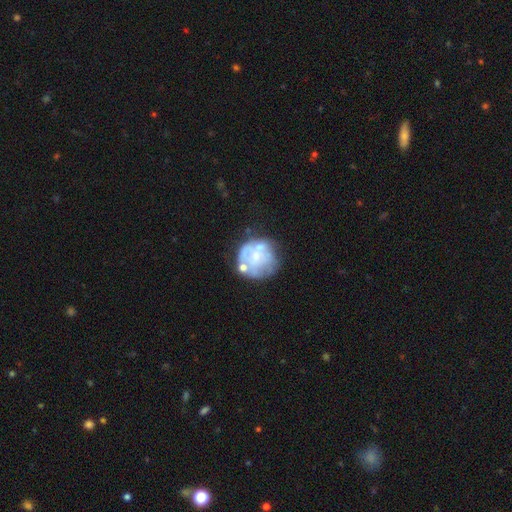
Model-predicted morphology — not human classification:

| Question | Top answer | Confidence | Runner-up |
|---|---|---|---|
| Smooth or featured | featured or disk | 57% | smooth (34%) |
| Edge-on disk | no | 98% | yes (2%) |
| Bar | no | 87% | weak (10%) |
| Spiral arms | no | 77% | yes (23%) |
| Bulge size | small | 57% | moderate (23%) |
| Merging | none | 49% | minor disturbance (21%) |